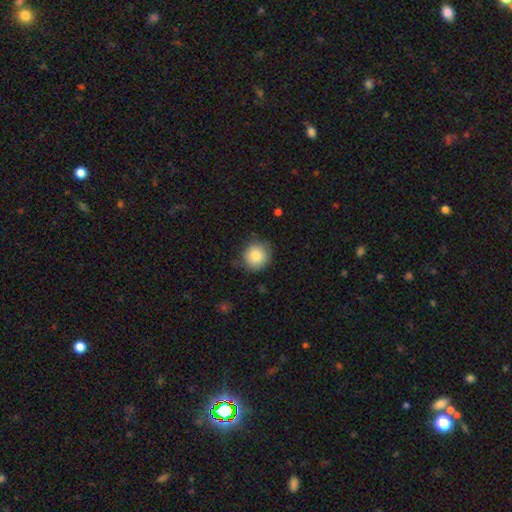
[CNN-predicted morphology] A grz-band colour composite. It shows a smooth galaxy with no disk features (85%) that is round (90%). Merging: none (79%).